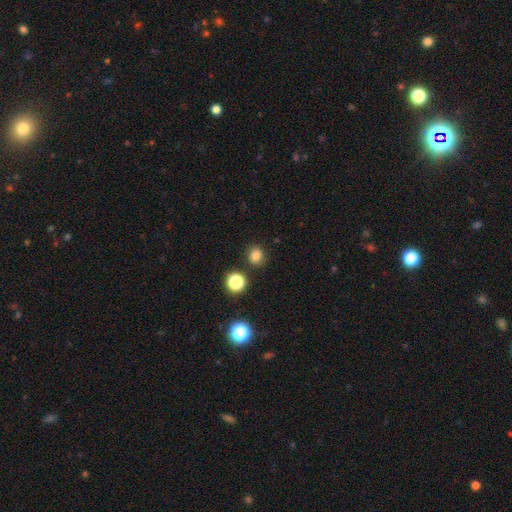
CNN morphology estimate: smooth 79%, star or artifact 15%, featured or disk 5%. Down the decision tree: how rounded — round (78%); merging — none (86%).